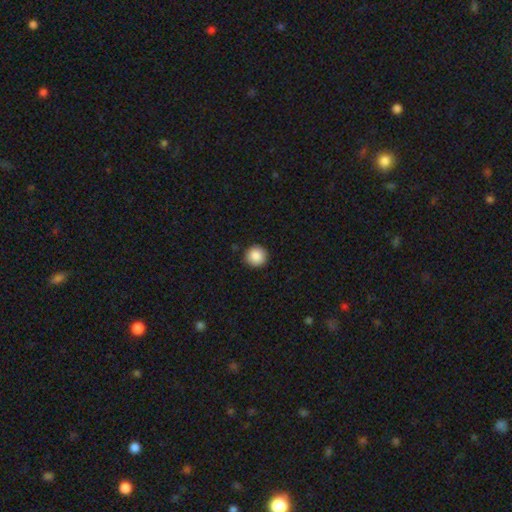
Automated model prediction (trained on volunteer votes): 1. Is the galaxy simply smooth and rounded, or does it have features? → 88% smooth, 8% star or artifact, 4% featured or disk.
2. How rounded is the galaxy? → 95% round, 4% in between, 1% cigar-shaped.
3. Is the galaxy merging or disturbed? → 91% none, 6% minor disturbance, 2% major disturbance, 1% merger.